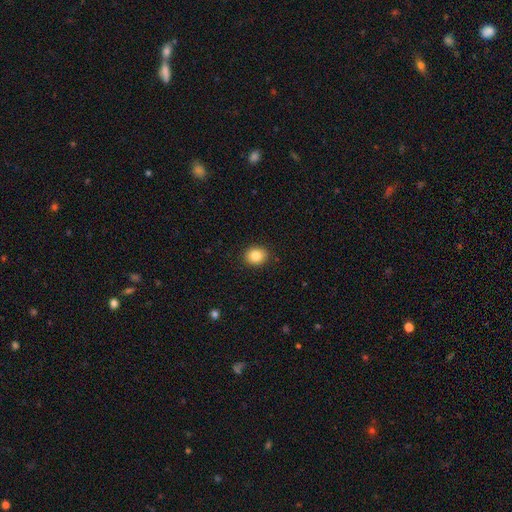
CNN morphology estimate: type=smooth (85%); roundness=round (62%); merging=none (90%).